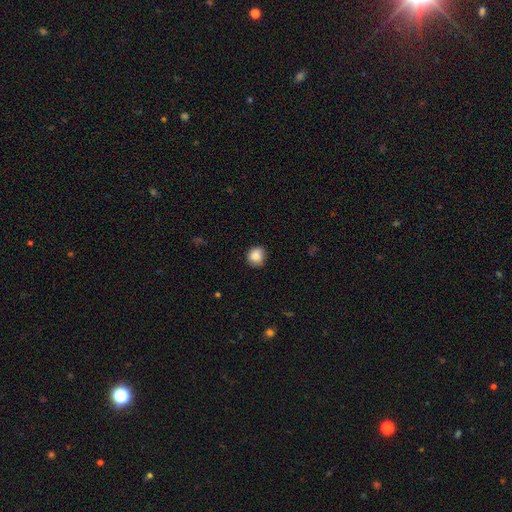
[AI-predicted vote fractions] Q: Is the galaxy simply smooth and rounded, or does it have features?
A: smooth — 86%.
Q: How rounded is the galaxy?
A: round — 83%.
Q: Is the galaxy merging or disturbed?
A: none — 77%.